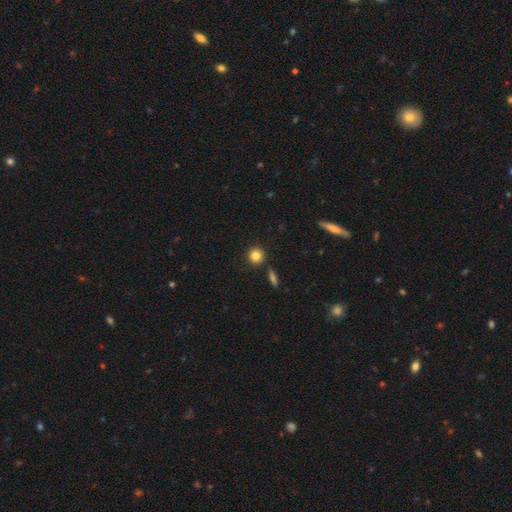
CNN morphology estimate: Smooth or featured?
  - smooth: 84% *
  - star or artifact: 10%
  - featured or disk: 6%
How rounded?
  - round: 91% *
  - in between: 7%
  - cigar-shaped: 1%
Merging?
  - none: 87% *
  - minor disturbance: 7%
  - merger: 4%
  - major disturbance: 2%